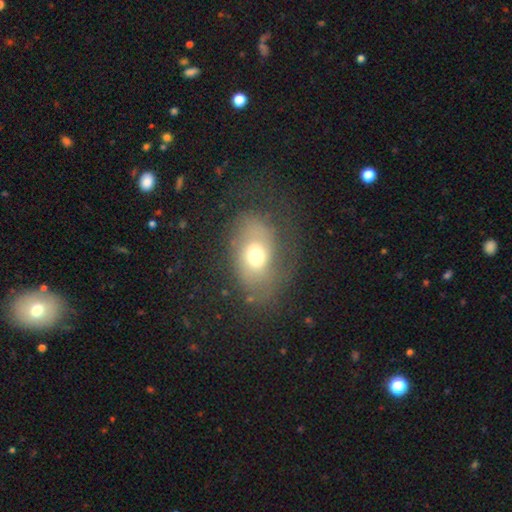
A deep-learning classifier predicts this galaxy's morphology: Smooth or featured? smooth (55%)
How rounded? in between (72%)
Merging? none (53%)